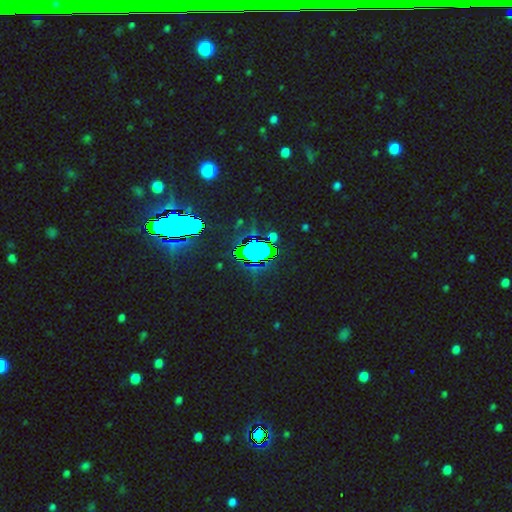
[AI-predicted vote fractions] smooth_or_featured: star or artifact (p=0.72) [alt: smooth p=0.18]